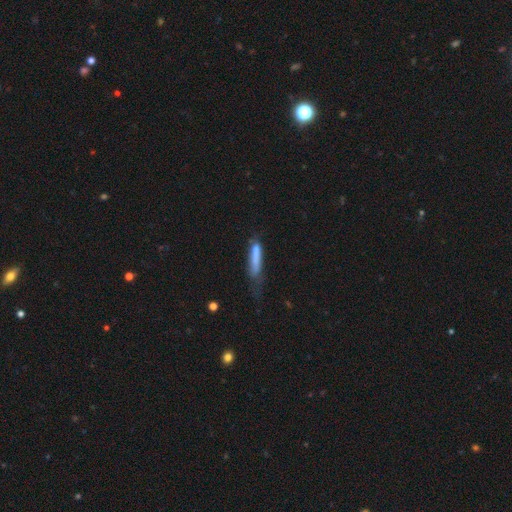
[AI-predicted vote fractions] Smooth or featured?
  - smooth: 74% *
  - featured or disk: 18%
  - star or artifact: 8%
How rounded?
  - cigar-shaped: 88% *
  - in between: 10%
  - round: 2%
Merging?
  - none: 45% *
  - minor disturbance: 31%
  - major disturbance: 19%
  - merger: 5%